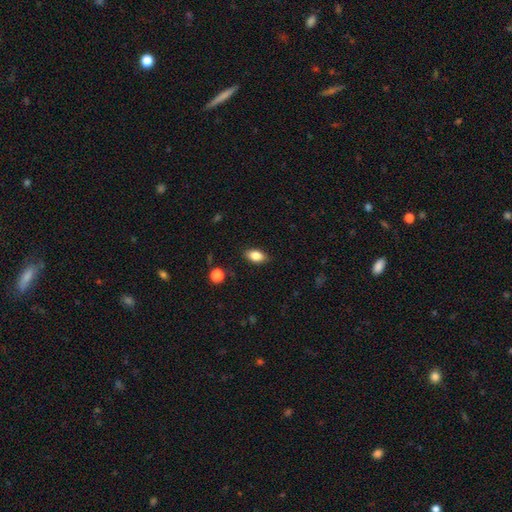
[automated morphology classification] Smooth or featured? Predicted: smooth (p=0.83). How rounded? Predicted: in between (p=0.87). Merging? Predicted: none (p=0.86).